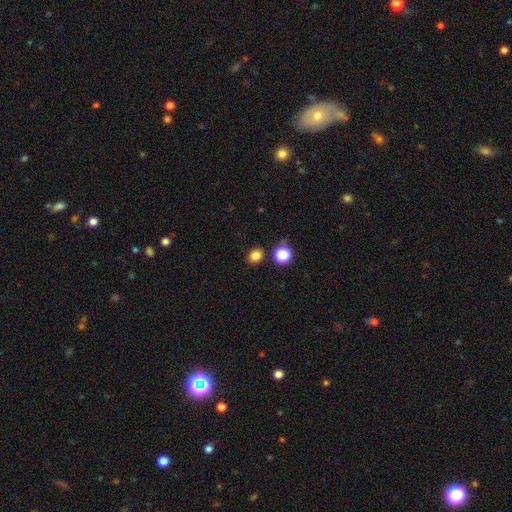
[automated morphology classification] Smooth or featured? Predicted: smooth (p=0.82). How rounded? Predicted: round (p=0.66). Merging? Predicted: none (p=0.84).